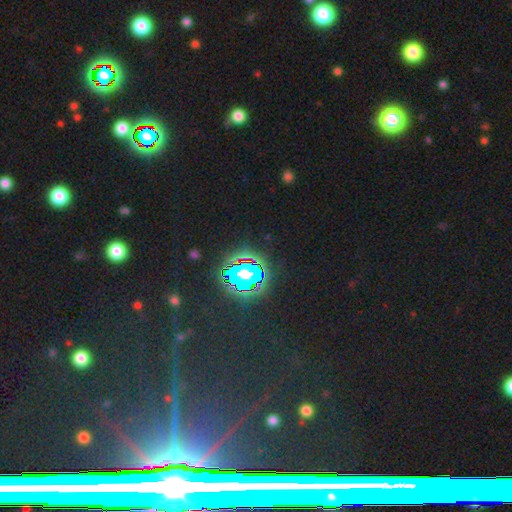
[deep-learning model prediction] Q: Smooth or featured?
A: star or artifact (81%); runner-up: smooth (11%)